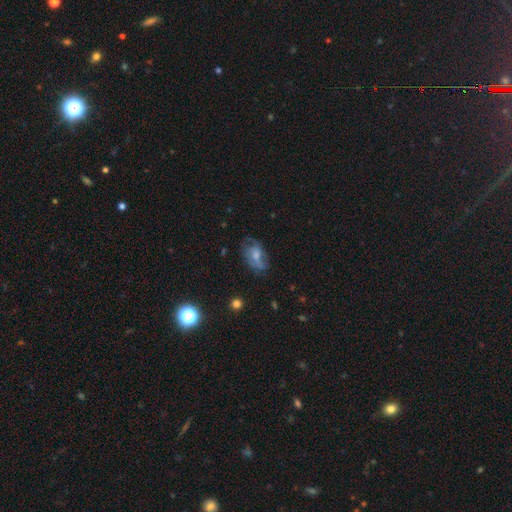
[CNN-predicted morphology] Q: Smooth or featured?
A: featured or disk (46%); runner-up: smooth (43%)
Q: Merging?
A: none (47%); runner-up: minor disturbance (28%)